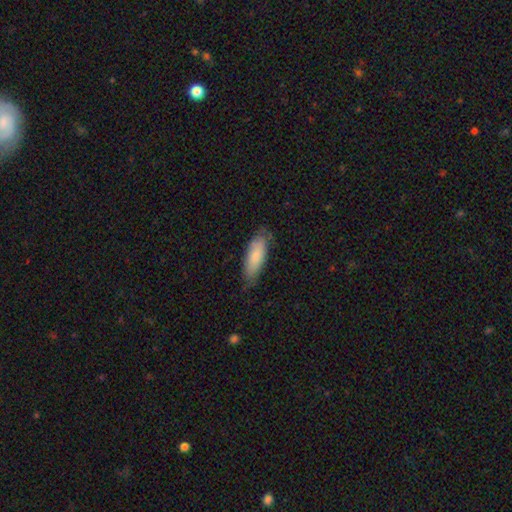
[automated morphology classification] Smooth or featured? smooth (79%)
How rounded? in between (66%)
Merging? none (71%)